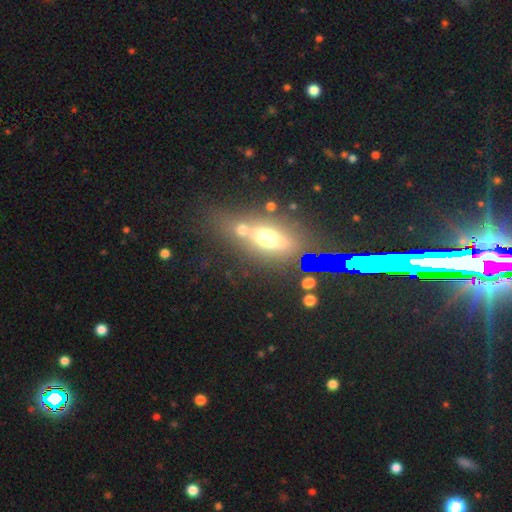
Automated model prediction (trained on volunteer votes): Q: Smooth or featured?
A: star or artifact (35%); runner-up: smooth (34%)